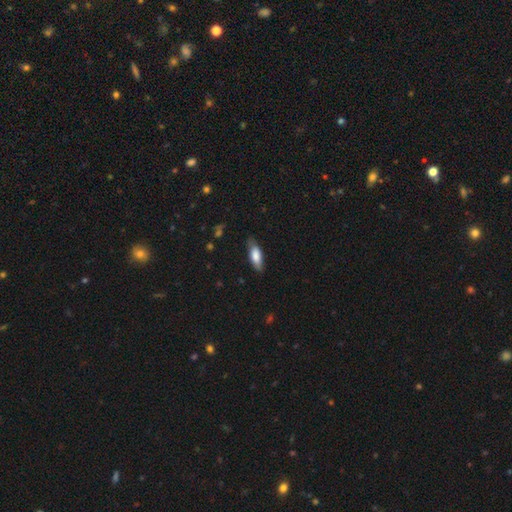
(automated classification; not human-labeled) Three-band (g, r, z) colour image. It shows a smooth galaxy with no disk features (76%) that is in between round and cigar-shaped (66%). Merging: none (76%).